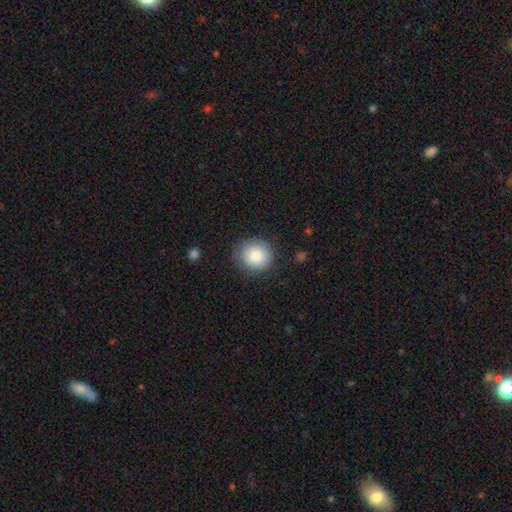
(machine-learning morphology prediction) A smooth galaxy with no disk features (83%) that is round (89%). Merging: none (84%).